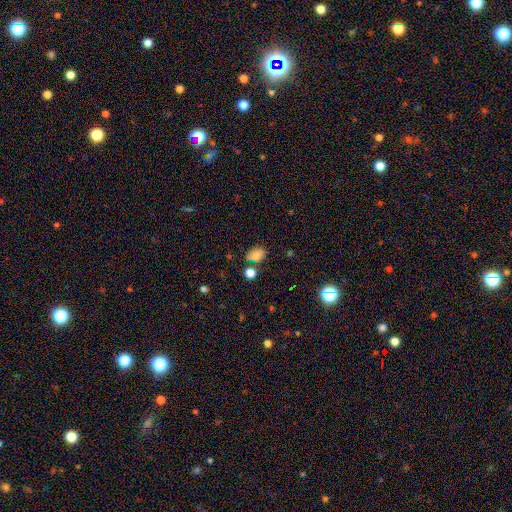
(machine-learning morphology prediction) Smooth or featured?
  - smooth: 74% *
  - star or artifact: 16%
  - featured or disk: 10%
How rounded?
  - in between: 64% *
  - round: 35%
  - cigar-shaped: 1%
Merging?
  - none: 65% *
  - minor disturbance: 17%
  - merger: 13%
  - major disturbance: 5%